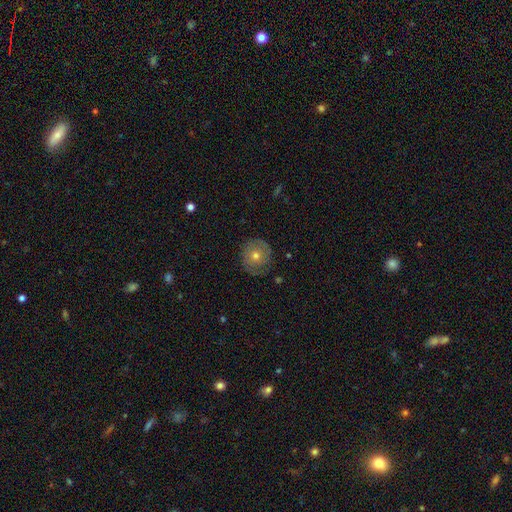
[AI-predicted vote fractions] Morphology: type=featured or disk (48%); merging=none (81%).